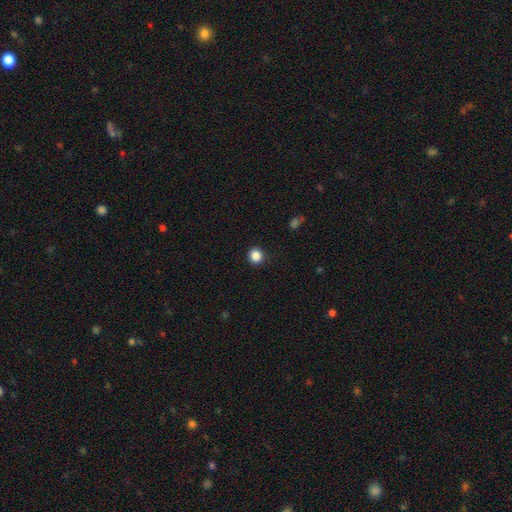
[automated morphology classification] Overall: smooth (86%). How rounded: round (90%). Merging: none (91%).